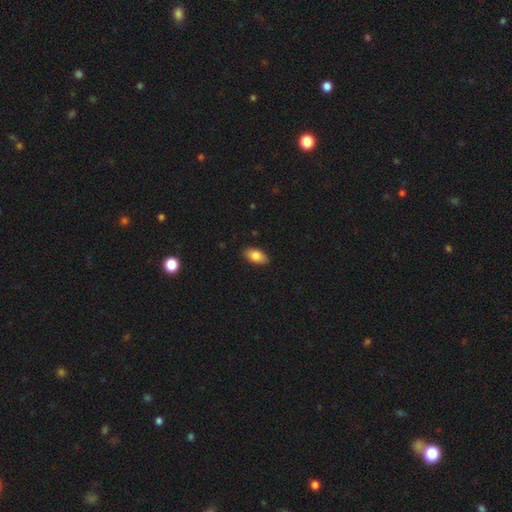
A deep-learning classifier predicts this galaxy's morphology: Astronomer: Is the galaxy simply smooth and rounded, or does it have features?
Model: smooth — 84%.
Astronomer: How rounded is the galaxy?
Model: in between — 92%.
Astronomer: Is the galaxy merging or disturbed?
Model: none — 88%.